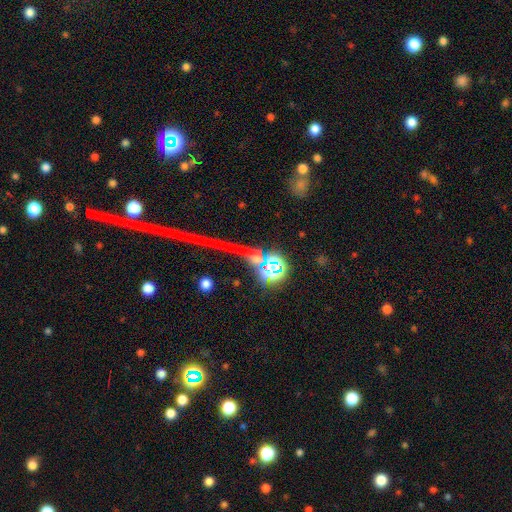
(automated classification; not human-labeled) The model was most divided on "smooth or featured": star or artifact: 72%, smooth: 16%, featured or disk: 12%.